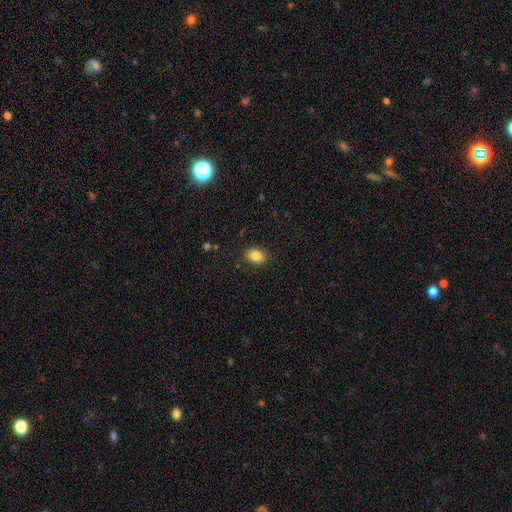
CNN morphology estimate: Smooth or featured: smooth — 85% (star or artifact — 9%)
How rounded: in between — 66% (round — 33%)
Merging: none — 87% (minor disturbance — 10%)